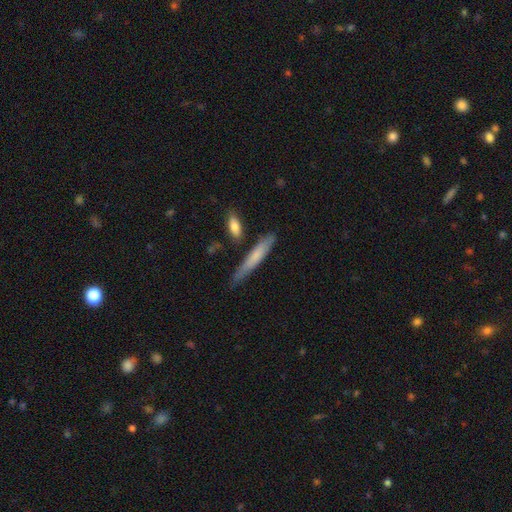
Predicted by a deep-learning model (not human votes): smooth_or_featured: smooth (p=0.63) [alt: featured or disk p=0.31]
how_rounded: cigar-shaped (p=0.92) [alt: in between p=0.07]
merging: none (p=0.74) [alt: minor disturbance p=0.18]